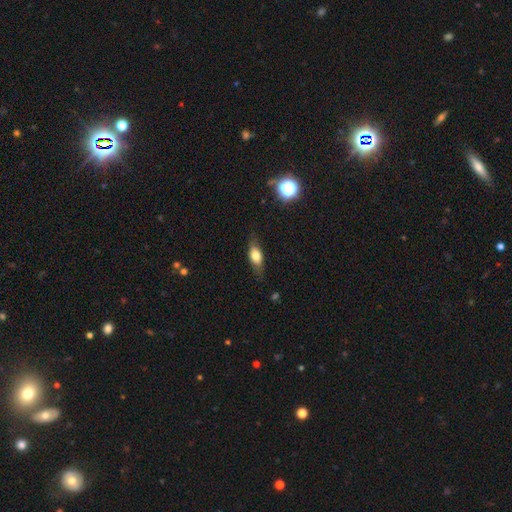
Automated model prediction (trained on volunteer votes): This is likely a smooth galaxy (66%). How rounded: likely in between (72%). Merging: likely none (76%).